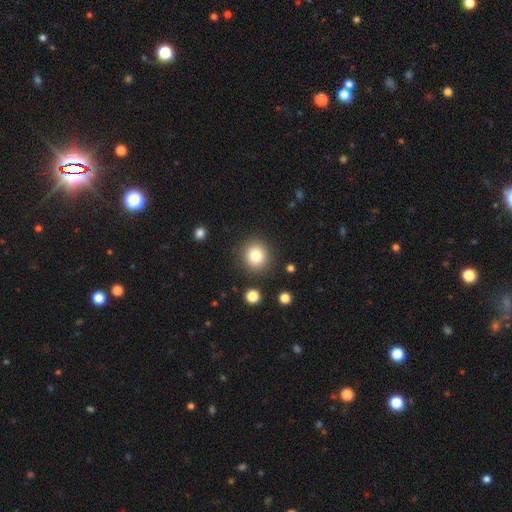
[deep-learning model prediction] smooth-or-featured: smooth: 81% | star or artifact: 11% | featured or disk: 8%
  how-rounded: round: 89% | in between: 10% | cigar-shaped: 1%
  merging: none: 87% | minor disturbance: 7% | major disturbance: 3% | merger: 2%